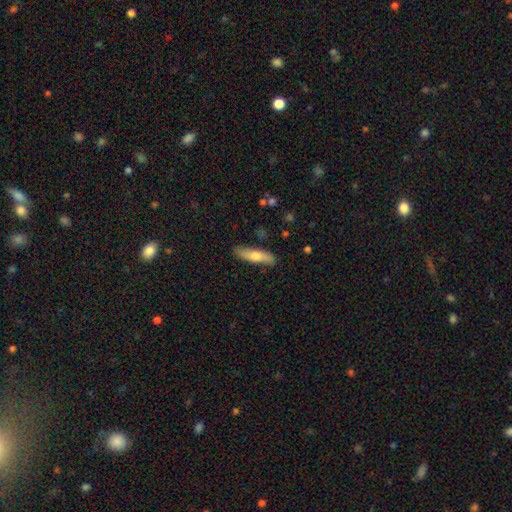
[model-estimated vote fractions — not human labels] A smooth galaxy with no disk features (66%) that is cigar-shaped (73%). Merging: none (85%).